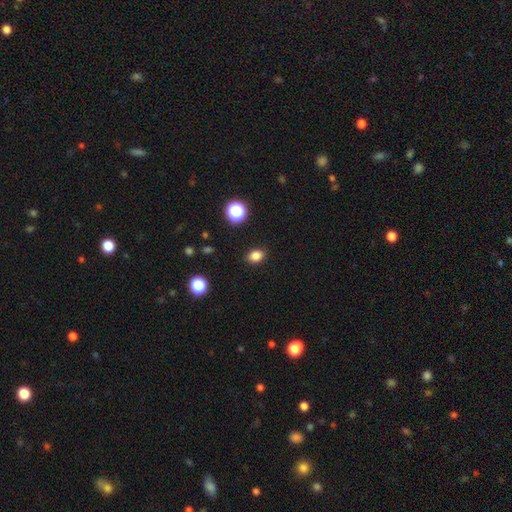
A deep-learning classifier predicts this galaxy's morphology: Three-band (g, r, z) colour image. It shows a smooth galaxy with no disk features (84%) that is in between round and cigar-shaped (54%). Merging: none (89%).